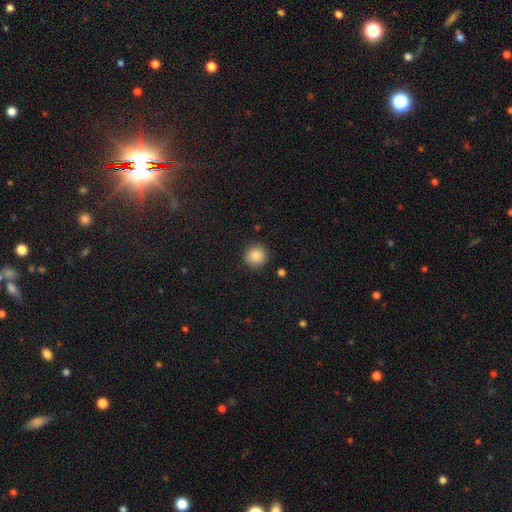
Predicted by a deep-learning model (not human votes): The model was most divided on "smooth or featured": smooth: 87%, star or artifact: 9%, featured or disk: 4%. More confident: how rounded — round (93%); merging — none (90%).